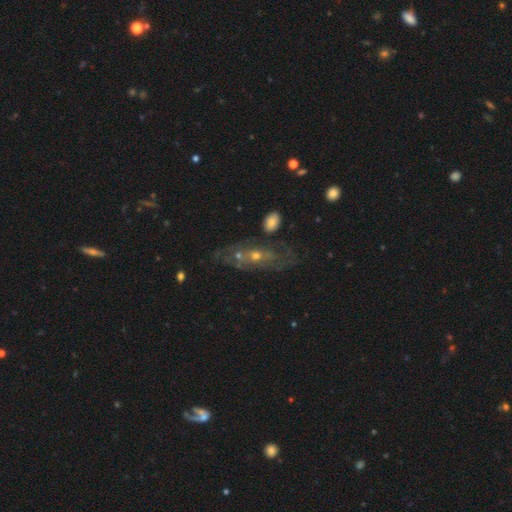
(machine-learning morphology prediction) This is possibly a featured or disk galaxy (56%). It is likely not viewed edge-on (71%). Merging: possibly none (55%).